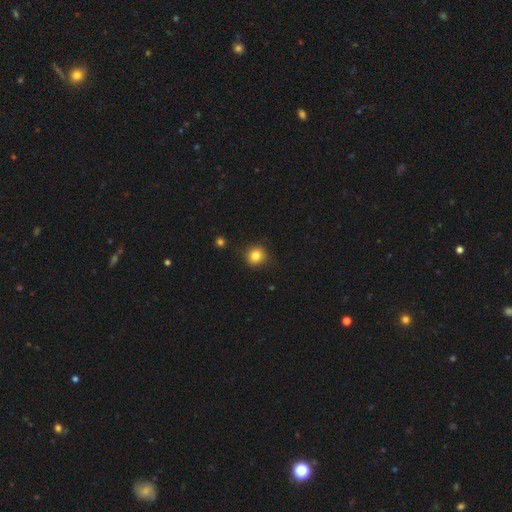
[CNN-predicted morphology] smooth_or_featured: smooth (p=0.84) [alt: star or artifact p=0.11]
how_rounded: round (p=0.90) [alt: in between p=0.09]
merging: none (p=0.86) [alt: minor disturbance p=0.11]